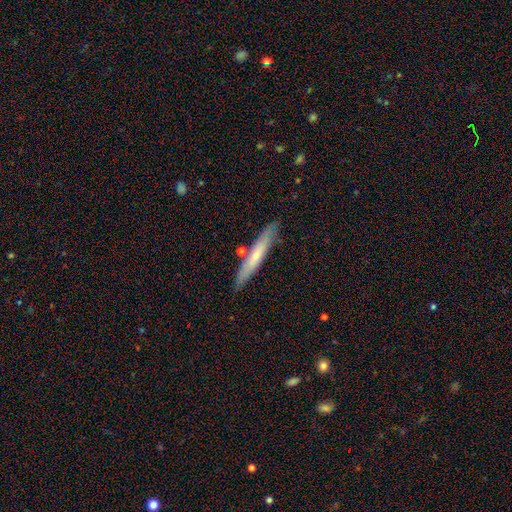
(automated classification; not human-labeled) Smooth or featured: smooth — 56% (featured or disk — 38%)
How rounded: cigar-shaped — 94% (in between — 5%)
Merging: none — 83% (minor disturbance — 11%)